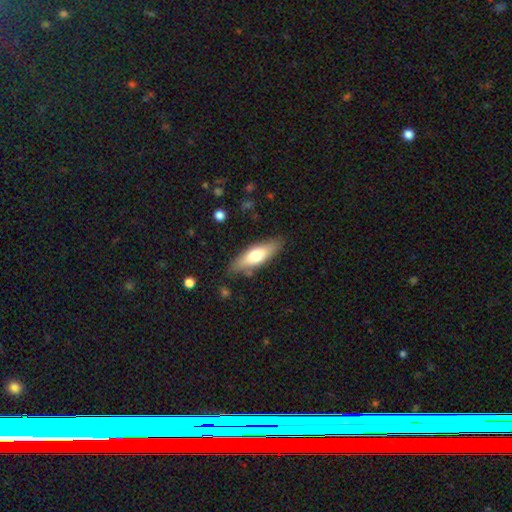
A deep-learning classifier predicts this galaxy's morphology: Smooth or featured: smooth — 64% (featured or disk — 30%)
How rounded: cigar-shaped — 50% (in between — 48%)
Merging: none — 82% (minor disturbance — 13%)